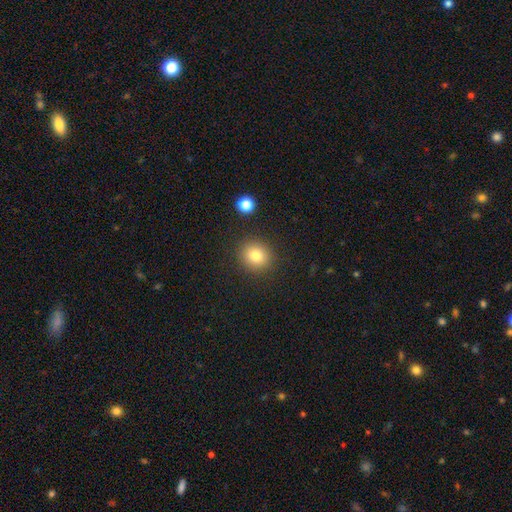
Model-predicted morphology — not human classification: A smooth galaxy with no disk features (81%) that is round (84%).

Vote fractions:
- Smooth or featured? smooth: 81% / star or artifact: 12% / featured or disk: 8%
- How rounded? round: 84% / in between: 15% / cigar-shaped: 1%
- Merging? none: 87% / minor disturbance: 7% / major disturbance: 3% / merger: 3%